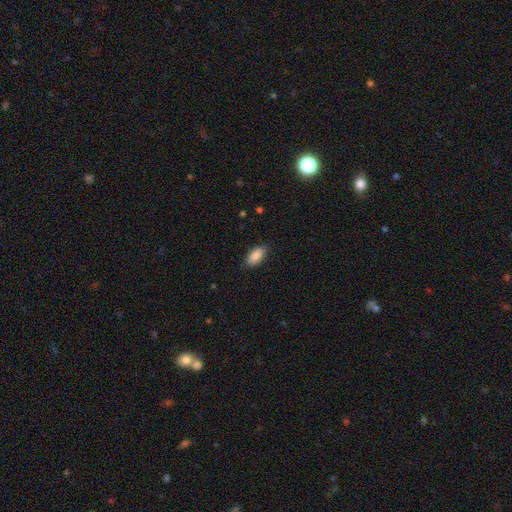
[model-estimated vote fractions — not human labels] The model was most divided on "merging": none: 83%, minor disturbance: 13%, major disturbance: 3%, merger: 1%. More confident: how rounded — in between (91%); smooth or featured — smooth (89%).